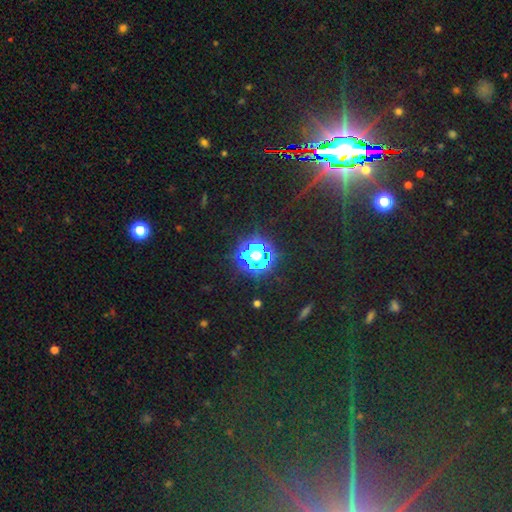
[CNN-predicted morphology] A star or artifact, not a galaxy (65%).

Vote fractions:
- Smooth or featured? star or artifact: 65% / smooth: 26% / featured or disk: 9%